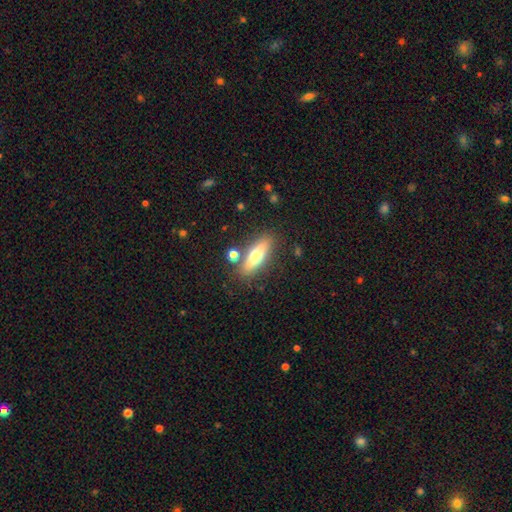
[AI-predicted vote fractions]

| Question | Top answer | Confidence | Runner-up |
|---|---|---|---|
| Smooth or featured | smooth | 57% | featured or disk (36%) |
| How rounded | cigar-shaped | 54% | in between (43%) |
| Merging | none | 80% | minor disturbance (11%) |